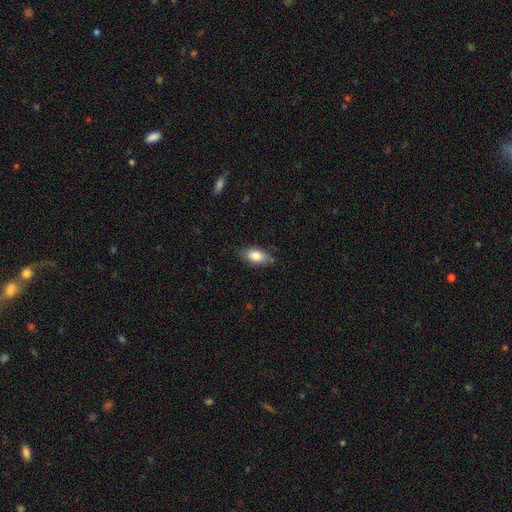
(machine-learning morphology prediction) Overall: smooth (81%). How rounded: in between (89%). Merging: none (77%).